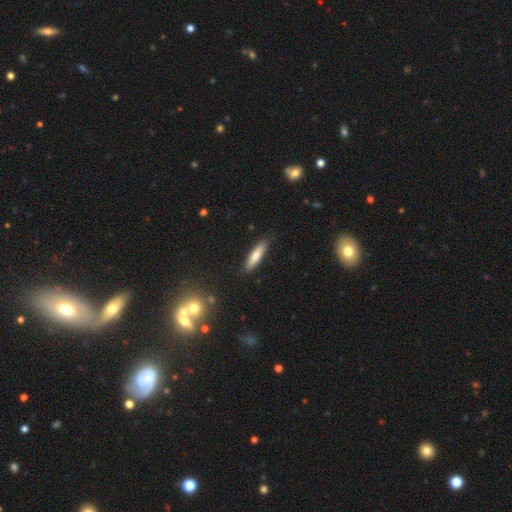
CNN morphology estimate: The model was most divided on "smooth or featured": smooth: 73%, featured or disk: 21%, star or artifact: 6%. More confident: merging — none (88%); how rounded — cigar-shaped (78%).